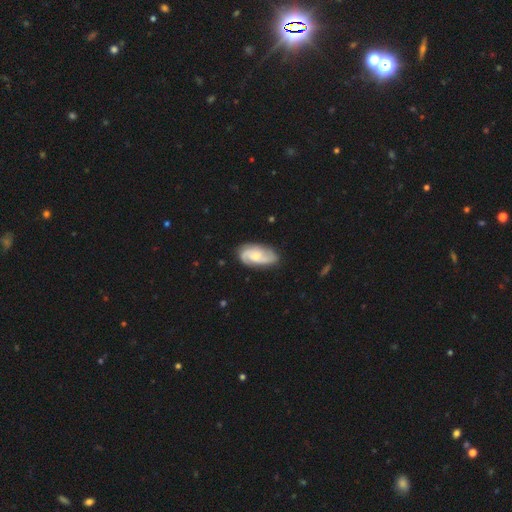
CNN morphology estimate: smooth_or_featured: featured or disk (p=0.74) [alt: smooth p=0.21]
disk_edge_on: no (p=0.96) [alt: yes p=0.04]
bar: no (p=0.64) [alt: weak p=0.30]
has_spiral_arms: yes (p=0.95) [alt: no p=0.05]
spiral_winding: medium (p=0.44) [alt: tight p=0.37]
spiral_arm_count: 2 (p=0.50) [alt: 3 p=0.25]
bulge_size: small (p=0.51) [alt: moderate p=0.43]
merging: none (p=0.76) [alt: minor disturbance p=0.17]